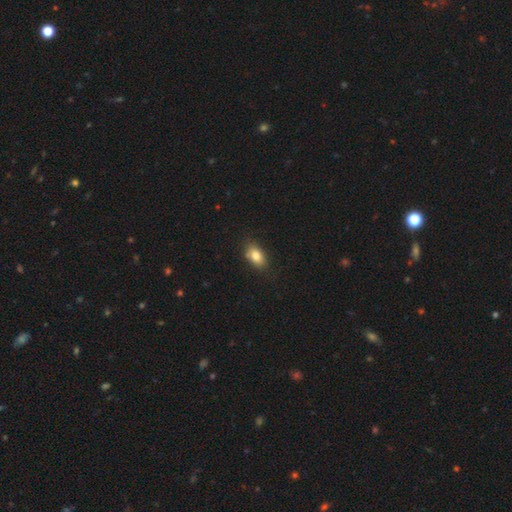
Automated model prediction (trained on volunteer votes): A smooth galaxy with no disk features (83%) that is in between round and cigar-shaped (86%).

Vote fractions:
- Smooth or featured? smooth: 83% / star or artifact: 9% / featured or disk: 8%
- How rounded? in between: 86% / round: 11% / cigar-shaped: 3%
- Merging? none: 80% / minor disturbance: 15% / major disturbance: 3% / merger: 2%